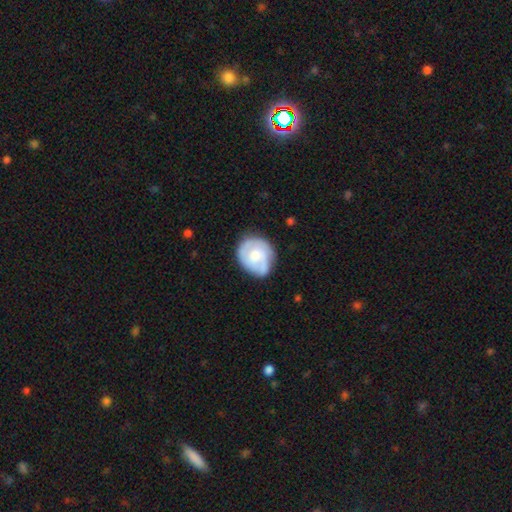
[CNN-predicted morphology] smooth-or-featured: featured or disk: 50% | smooth: 44% | star or artifact: 6%
  disk-edge-on: no: 97% | yes: 3%
  merging: none: 62% | minor disturbance: 27% | major disturbance: 8% | merger: 3%